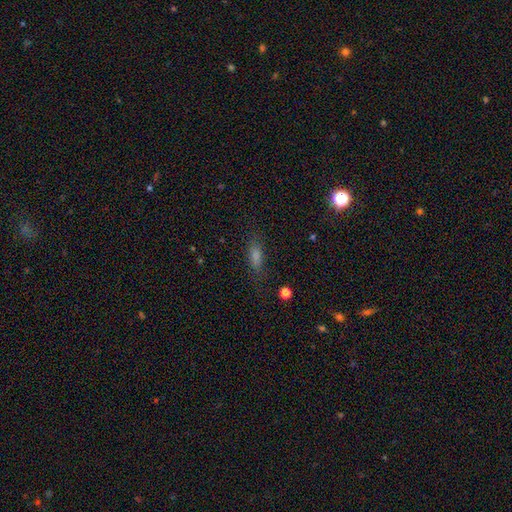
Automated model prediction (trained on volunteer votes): This is possibly a smooth galaxy (60%). How rounded: possibly in between (48%). Merging: likely none (78%).